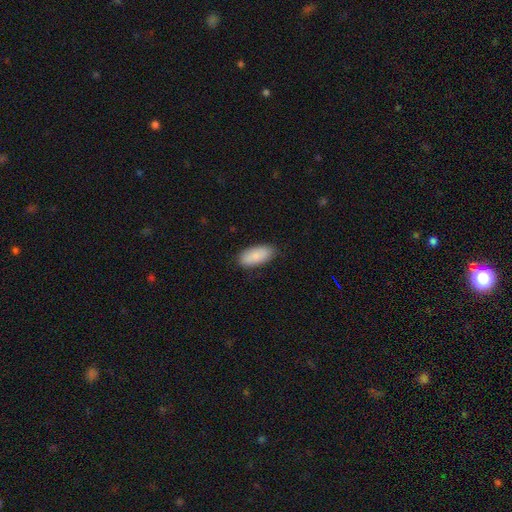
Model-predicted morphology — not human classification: A smooth galaxy with no disk features (89%) that is in between round and cigar-shaped (89%).

Vote fractions:
- Smooth or featured? smooth: 89% / star or artifact: 6% / featured or disk: 5%
- How rounded? in between: 89% / cigar-shaped: 10% / round: 2%
- Merging? none: 82% / minor disturbance: 14% / major disturbance: 2% / merger: 1%